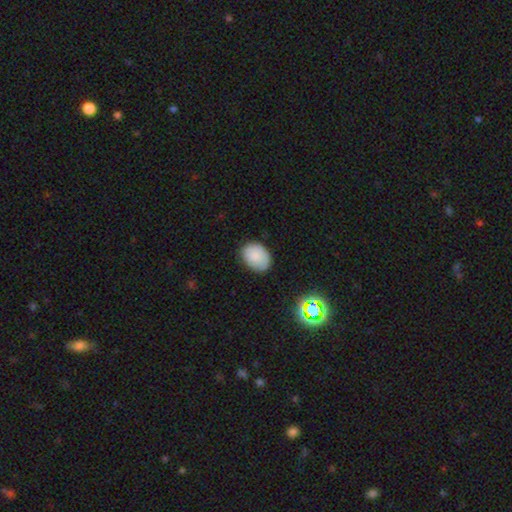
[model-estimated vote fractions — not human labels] Smooth or featured: smooth — 84% (star or artifact — 9%)
How rounded: in between — 73% (round — 26%)
Merging: none — 80% (minor disturbance — 16%)